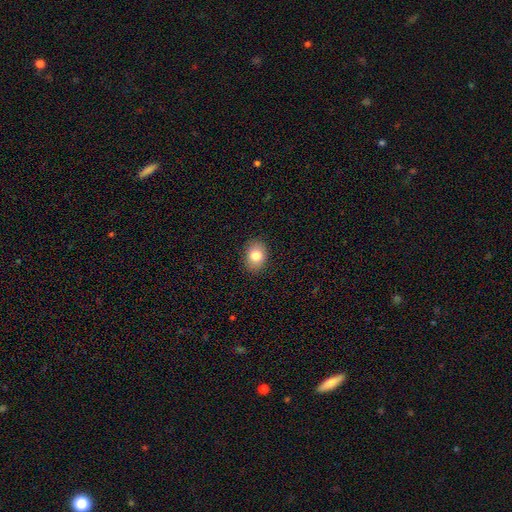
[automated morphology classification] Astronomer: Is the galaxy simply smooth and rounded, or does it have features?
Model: smooth — 80%.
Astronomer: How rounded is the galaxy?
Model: in between — 60% (runner-up: round, 39%).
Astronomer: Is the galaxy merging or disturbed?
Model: none — 89%.